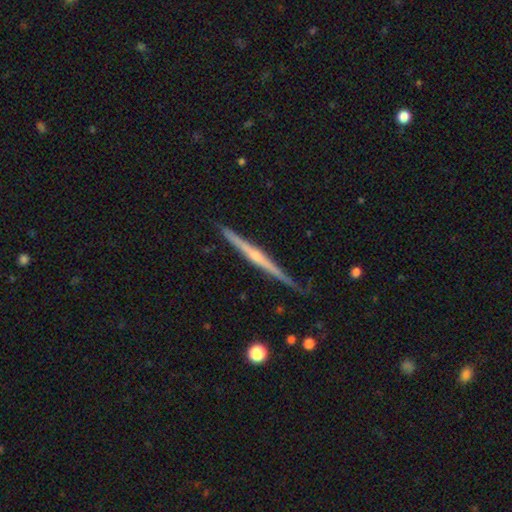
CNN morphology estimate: smooth-or-featured: featured or disk: 77% | smooth: 17% | star or artifact: 6%
  disk-edge-on: yes: 98% | no: 2%
    edge-on-bulge: rounded: 64% | none: 29% | boxy: 7%
  merging: none: 85% | minor disturbance: 12% | major disturbance: 2% | merger: 2%